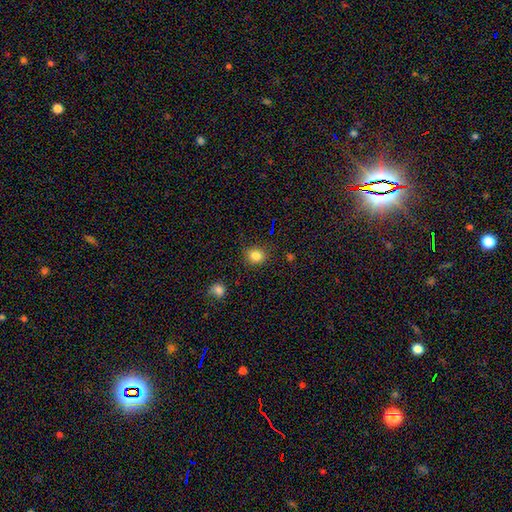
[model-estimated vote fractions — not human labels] Smooth or featured?
  - smooth: 82% *
  - star or artifact: 12%
  - featured or disk: 5%
How rounded?
  - round: 74% *
  - in between: 25%
  - cigar-shaped: 1%
Merging?
  - none: 84% *
  - minor disturbance: 11%
  - major disturbance: 3%
  - merger: 2%